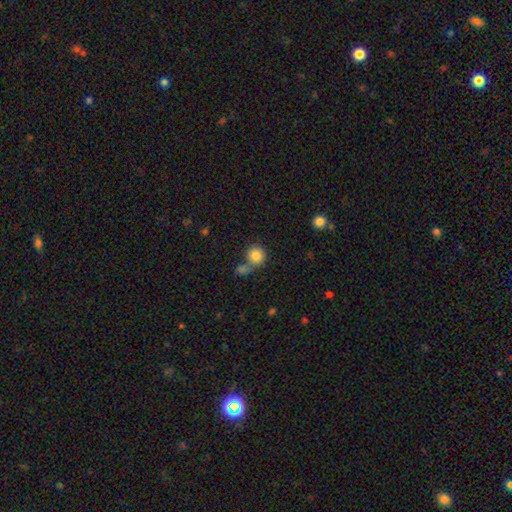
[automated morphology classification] Smooth or featured?
  - smooth: 83% *
  - star or artifact: 10%
  - featured or disk: 7%
How rounded?
  - round: 89% *
  - in between: 10%
  - cigar-shaped: 1%
Merging?
  - none: 56% *
  - merger: 30%
  - minor disturbance: 10%
  - major disturbance: 4%